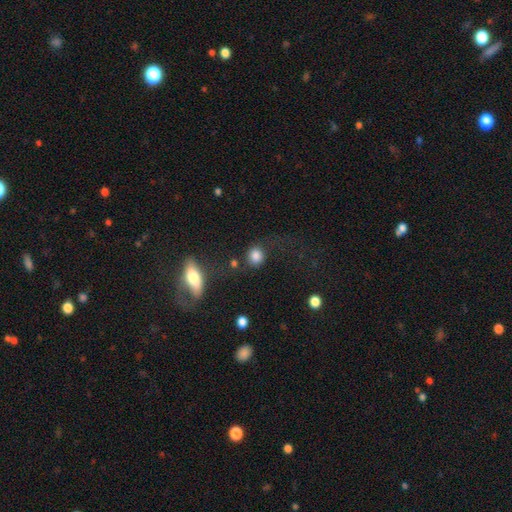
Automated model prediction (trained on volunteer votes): A smooth galaxy with no disk features (84%) that is round (80%). Merging: none (71%).